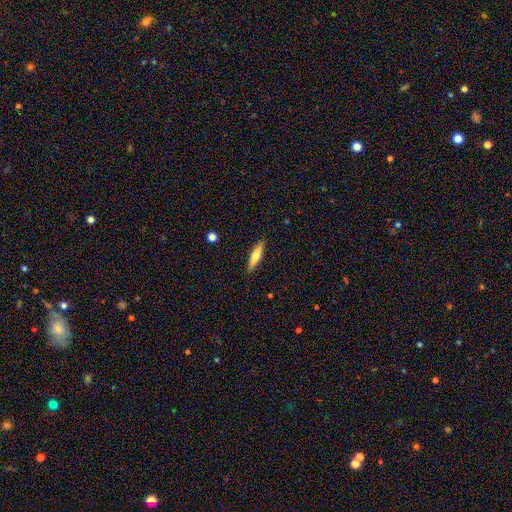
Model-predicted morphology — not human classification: smooth 62%, featured or disk 32%, star or artifact 6%. Down the decision tree: how rounded — cigar-shaped (80%); merging — none (90%).